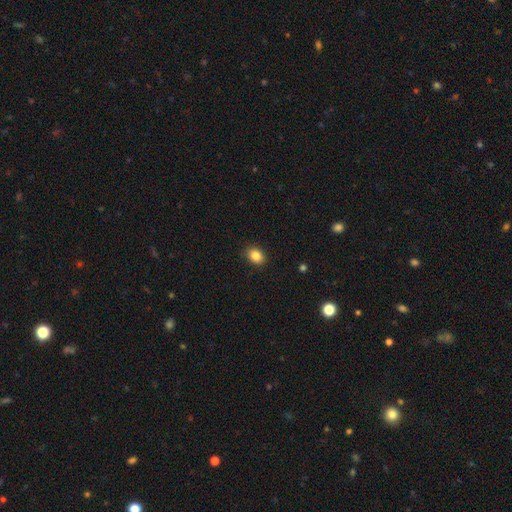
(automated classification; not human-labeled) smooth-or-featured: smooth: 85% | star or artifact: 10% | featured or disk: 6%
  how-rounded: in between: 60% | round: 39% | cigar-shaped: 1%
  merging: none: 89% | minor disturbance: 8% | major disturbance: 2% | merger: 1%